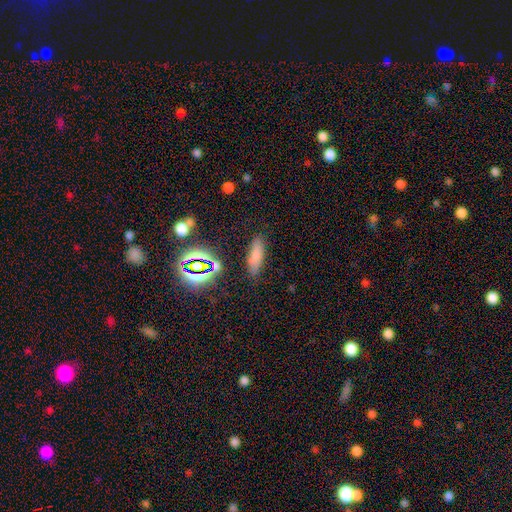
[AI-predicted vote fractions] A smooth galaxy with no disk features (73%) that is cigar-shaped (51%). Merging: none (82%).